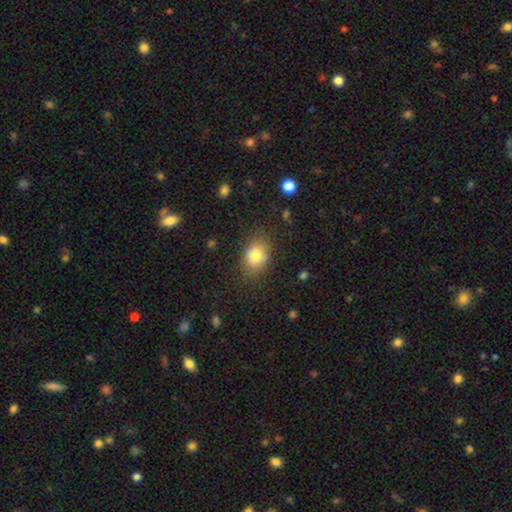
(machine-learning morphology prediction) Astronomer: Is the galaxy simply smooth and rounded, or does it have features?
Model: smooth — 80%.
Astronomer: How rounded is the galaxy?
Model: in between — 68%.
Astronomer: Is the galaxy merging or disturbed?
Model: none — 78%.